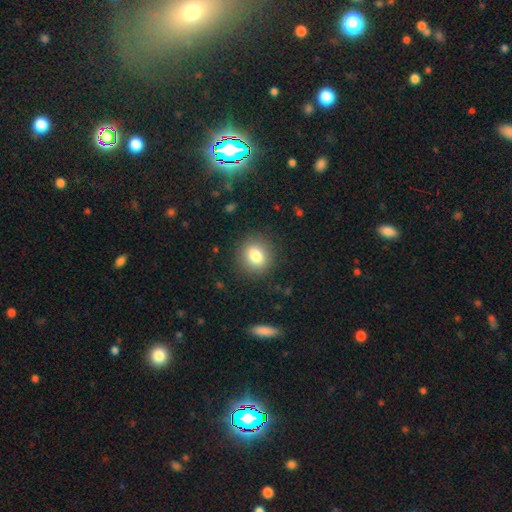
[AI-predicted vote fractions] This appears to be a smooth galaxy with no disk features (81%) that is round (74%). Merging: none (88%).